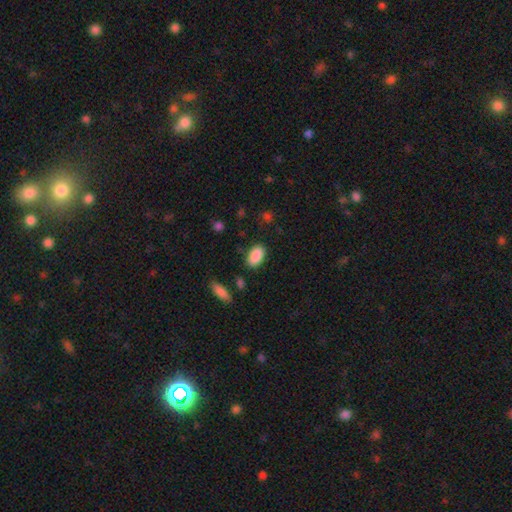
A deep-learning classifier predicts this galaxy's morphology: This is clearly a smooth galaxy (89%). How rounded: clearly in between (93%). Merging: clearly none (83%).